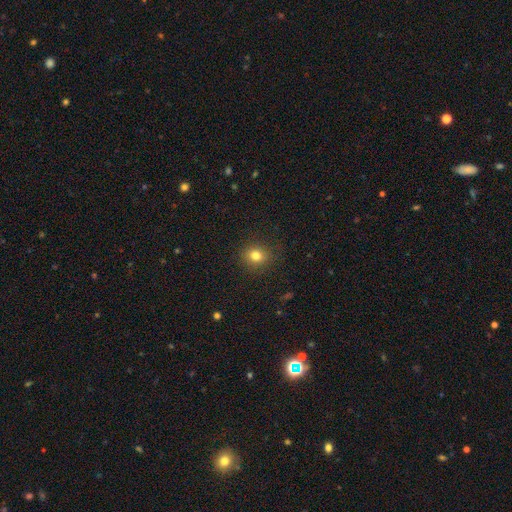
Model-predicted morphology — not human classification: Smooth or featured: smooth — 79% (star or artifact — 14%)
How rounded: round — 78% (in between — 21%)
Merging: none — 89% (minor disturbance — 8%)